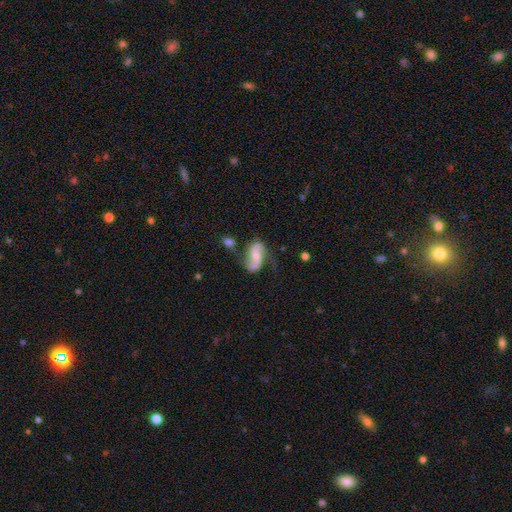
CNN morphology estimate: Smooth or featured: featured or disk — 74% (smooth — 19%)
Edge-on disk: no — 97% (yes — 3%)
Bar: no — 43% (weak — 40%)
Spiral arms: yes — 93% (no — 7%)
Spiral winding: loose — 55% (medium — 34%)
Spiral arm count: 2 — 90% (can't tell — 4%)
Bulge size: moderate — 34% (small — 31%)
Merging: none — 54% (minor disturbance — 23%)